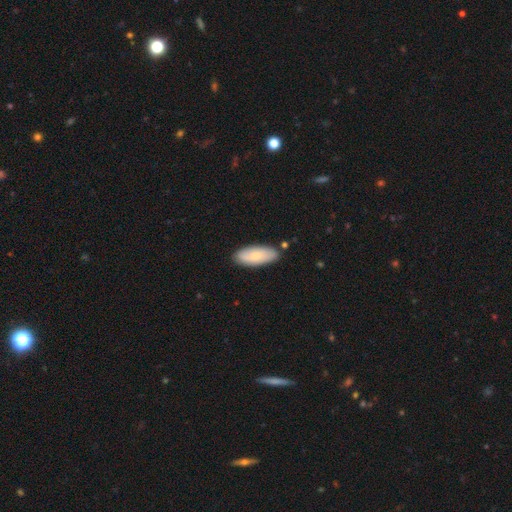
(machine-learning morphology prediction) Smooth or featured? Predicted: smooth (p=0.80). How rounded? Predicted: in between (p=0.79). Merging? Predicted: none (p=0.84).